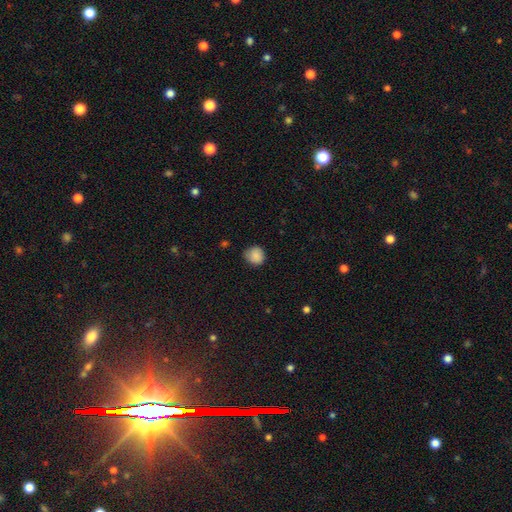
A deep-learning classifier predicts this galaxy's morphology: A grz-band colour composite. It shows a smooth galaxy with no disk features (86%) that is round (86%). Merging: none (74%).